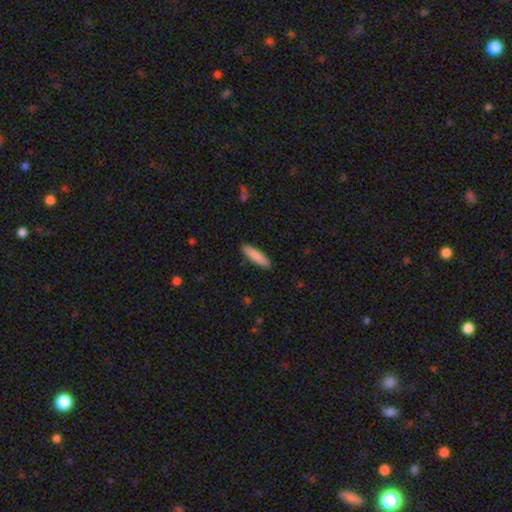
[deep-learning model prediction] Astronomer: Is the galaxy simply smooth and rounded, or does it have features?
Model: smooth — 87%.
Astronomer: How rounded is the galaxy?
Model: cigar-shaped — 71%.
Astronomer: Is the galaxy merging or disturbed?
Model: none — 89%.